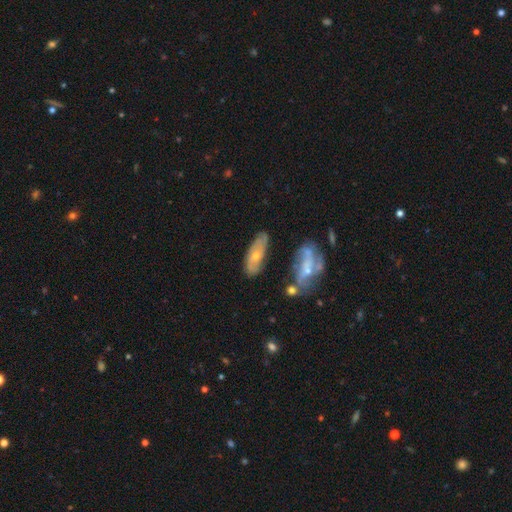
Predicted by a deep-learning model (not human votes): This is possibly a featured or disk galaxy (49%). Merging: likely none (60%).